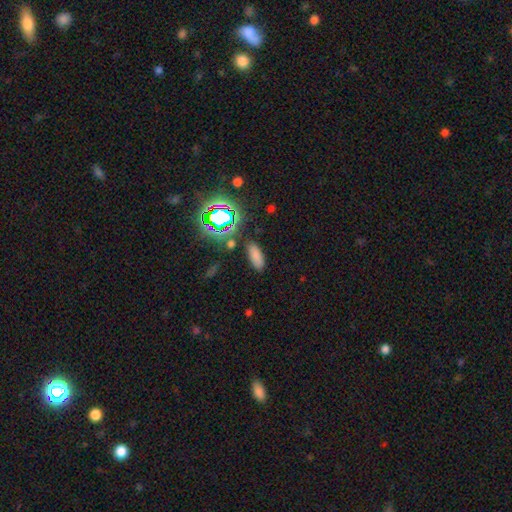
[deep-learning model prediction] Smooth or featured: smooth — 73% (star or artifact — 20%)
How rounded: in between — 81% (cigar-shaped — 15%)
Merging: none — 84% (minor disturbance — 9%)